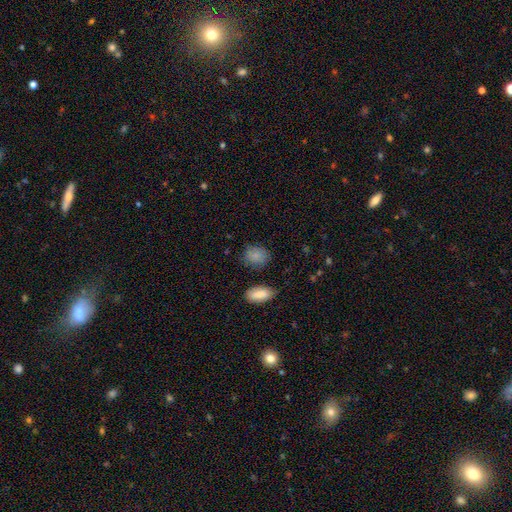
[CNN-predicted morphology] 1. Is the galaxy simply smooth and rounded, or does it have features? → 85% smooth, 9% star or artifact, 6% featured or disk.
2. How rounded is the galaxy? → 53% round, 45% in between, 2% cigar-shaped.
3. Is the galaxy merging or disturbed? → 78% none, 16% minor disturbance, 4% major disturbance, 3% merger.